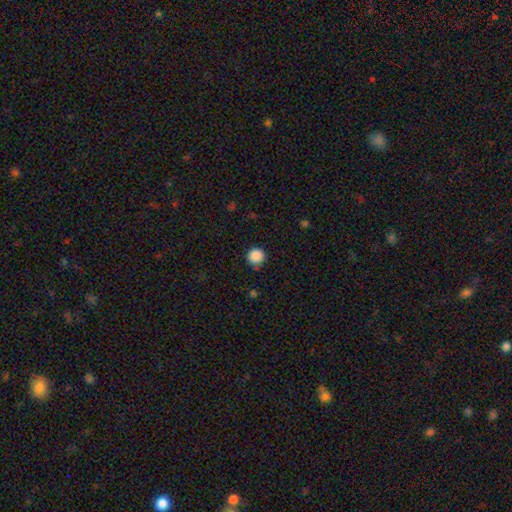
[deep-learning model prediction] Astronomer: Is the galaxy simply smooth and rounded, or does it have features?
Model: smooth — 87%.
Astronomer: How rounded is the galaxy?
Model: round — 95%.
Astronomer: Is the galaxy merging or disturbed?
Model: none — 84%.